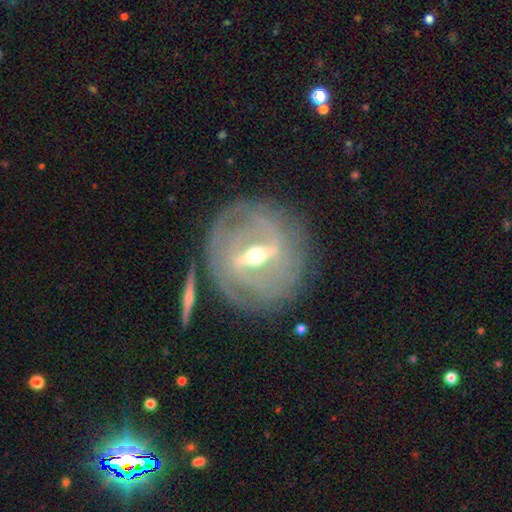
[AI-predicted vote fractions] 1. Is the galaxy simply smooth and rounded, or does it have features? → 87% featured or disk, 8% smooth, 5% star or artifact.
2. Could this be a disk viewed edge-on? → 85% no, 15% yes.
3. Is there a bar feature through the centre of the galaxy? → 73% strong, 21% weak, 6% no.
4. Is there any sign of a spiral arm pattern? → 74% yes, 26% no.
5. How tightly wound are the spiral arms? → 70% tight, 21% medium, 9% loose.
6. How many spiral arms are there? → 42% can't tell, 26% 2, 13% 3, 9% 4, 6% more than 4, 5% 1.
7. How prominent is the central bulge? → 67% moderate, 27% small, 4% large, 1% dominant, 1% none.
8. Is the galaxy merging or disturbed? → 79% none, 12% minor disturbance, 6% major disturbance, 3% merger.